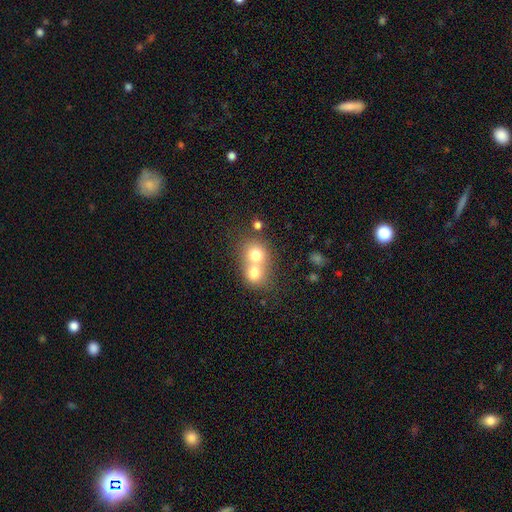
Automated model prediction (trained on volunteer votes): Smooth or featured: smooth — 72% (featured or disk — 17%)
How rounded: round — 73% (in between — 26%)
Merging: merger — 69% (none — 25%)